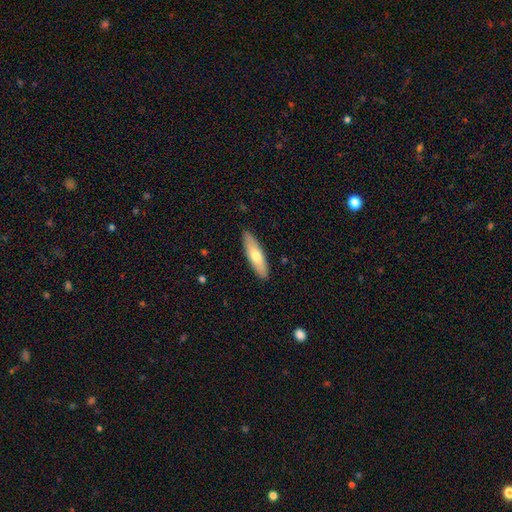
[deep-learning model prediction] A smooth galaxy with no disk features (66%) that is cigar-shaped (63%). Merging: none (89%).